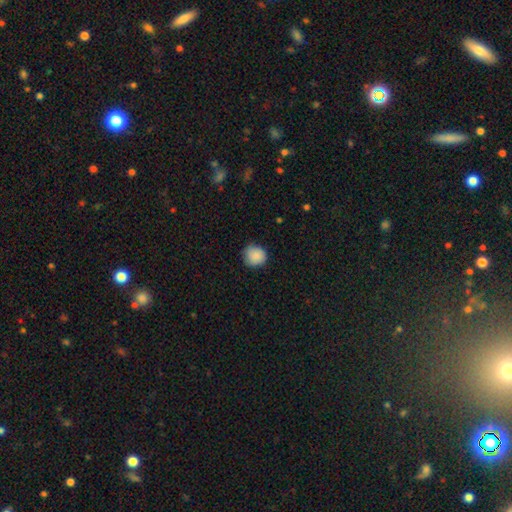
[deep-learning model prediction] A smooth galaxy with no disk features (88%) that is round (89%). Merging: none (77%).